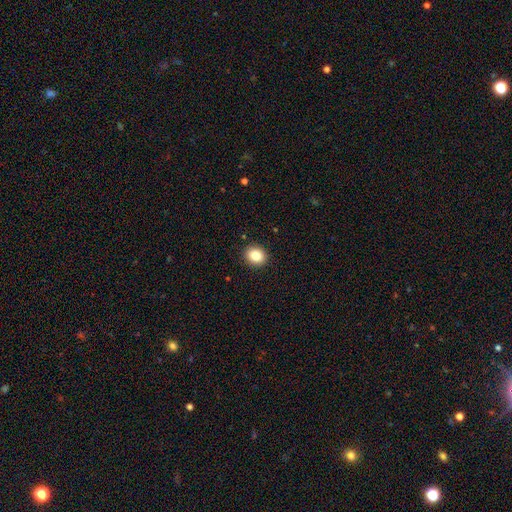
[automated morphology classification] A smooth galaxy with no disk features (84%) that is round (66%).

Vote fractions:
- Smooth or featured? smooth: 84% / star or artifact: 10% / featured or disk: 6%
- How rounded? round: 66% / in between: 33% / cigar-shaped: 1%
- Merging? none: 91% / minor disturbance: 6% / major disturbance: 2% / merger: 1%